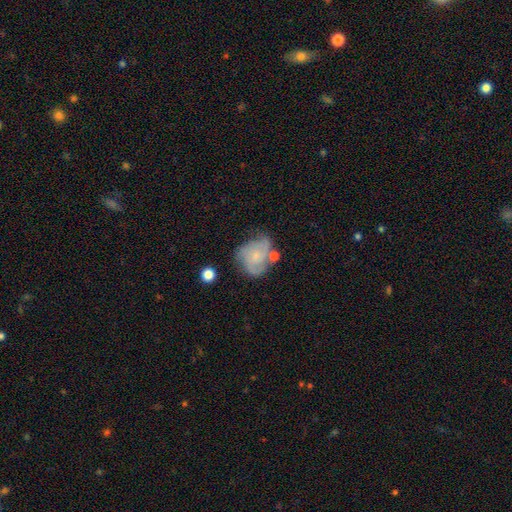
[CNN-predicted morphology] Q: Smooth or featured?
A: featured or disk (66%); runner-up: smooth (27%)
Q: Edge-on disk?
A: no (98%); runner-up: yes (2%)
Q: Bar?
A: no (74%); runner-up: weak (23%)
Q: Spiral arms?
A: yes (88%); runner-up: no (12%)
Q: Spiral winding?
A: medium (43%); runner-up: tight (40%)
Q: Spiral arm count?
A: 3 (34%); runner-up: can't tell (25%)
Q: Bulge size?
A: small (61%); runner-up: moderate (18%)
Q: Merging?
A: none (48%); runner-up: minor disturbance (27%)